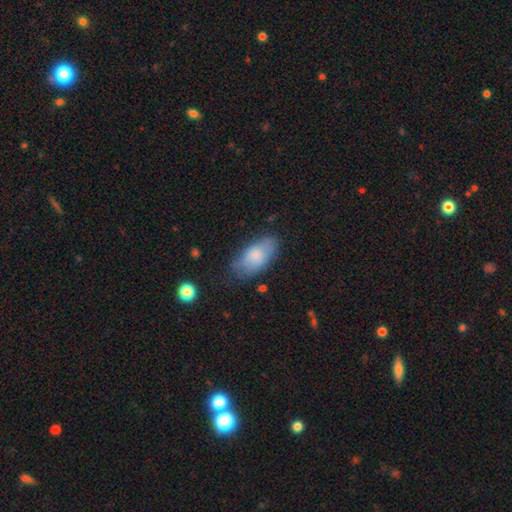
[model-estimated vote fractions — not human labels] smooth-or-featured: smooth: 77% | featured or disk: 16% | star or artifact: 7%
  how-rounded: in between: 92% | cigar-shaped: 5% | round: 3%
  merging: none: 65% | minor disturbance: 26% | major disturbance: 7% | merger: 2%